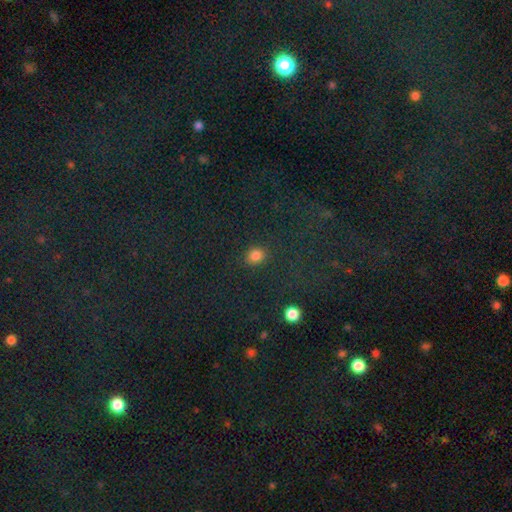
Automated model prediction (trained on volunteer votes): A smooth galaxy with no disk features (80%) that is round (66%).

Vote fractions:
- Smooth or featured? smooth: 80% / star or artifact: 15% / featured or disk: 5%
- How rounded? round: 66% / in between: 33% / cigar-shaped: 1%
- Merging? none: 87% / minor disturbance: 8% / major disturbance: 3% / merger: 2%